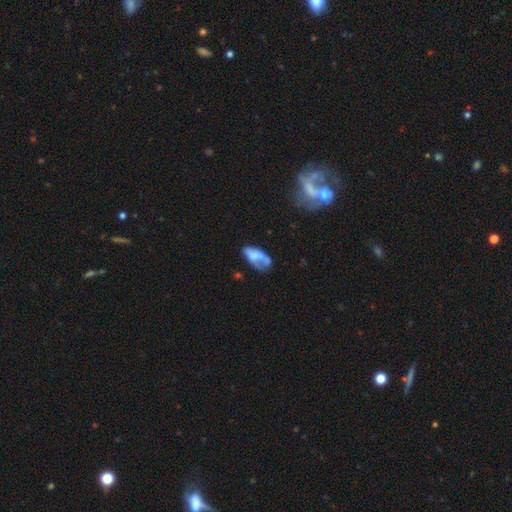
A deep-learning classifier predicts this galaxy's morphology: A smooth galaxy with no disk features (51%) that is in between round and cigar-shaped (88%).

Vote fractions:
- Smooth or featured? smooth: 51% / featured or disk: 40% / star or artifact: 9%
- How rounded? in between: 88% / cigar-shaped: 8% / round: 4%
- Merging? none: 31% / minor disturbance: 25% / major disturbance: 24% / merger: 20%